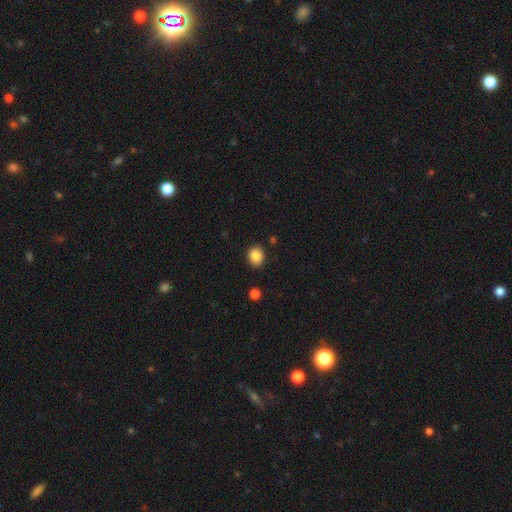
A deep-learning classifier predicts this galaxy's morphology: smooth 87%, star or artifact 9%, featured or disk 4%. Down the decision tree: how rounded — round (68%); merging — none (87%).